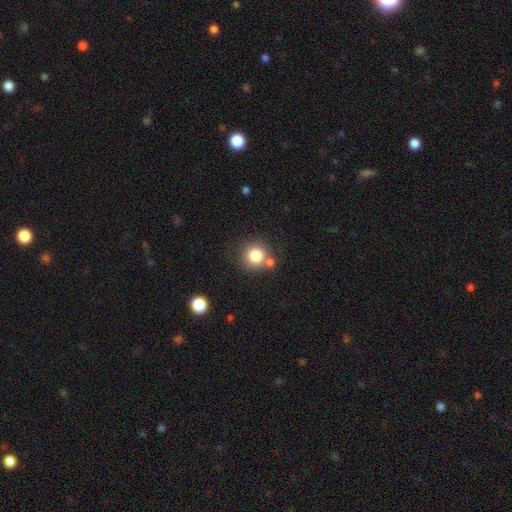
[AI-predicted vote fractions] This appears to be a smooth galaxy with no disk features (80%) that is round (91%). Merging: none (68%).